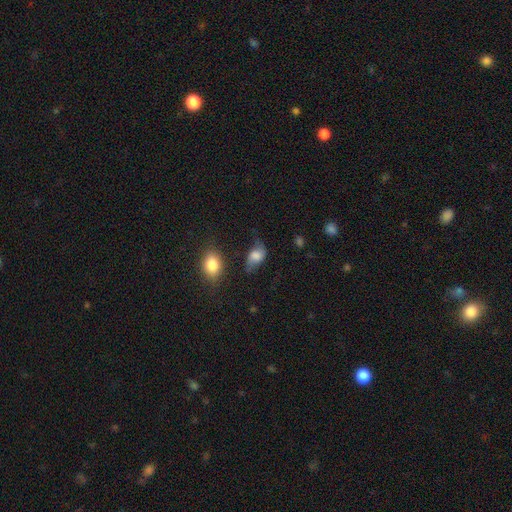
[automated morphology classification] Q: Smooth or featured?
A: smooth (63%); runner-up: featured or disk (27%)
Q: How rounded?
A: in between (84%); runner-up: round (14%)
Q: Merging?
A: none (46%); runner-up: minor disturbance (32%)